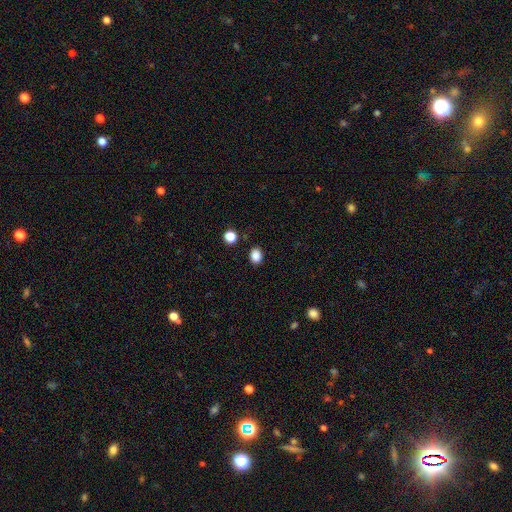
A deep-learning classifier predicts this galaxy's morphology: Smooth or featured? smooth (86%)
How rounded? in between (59%)
Merging? none (87%)